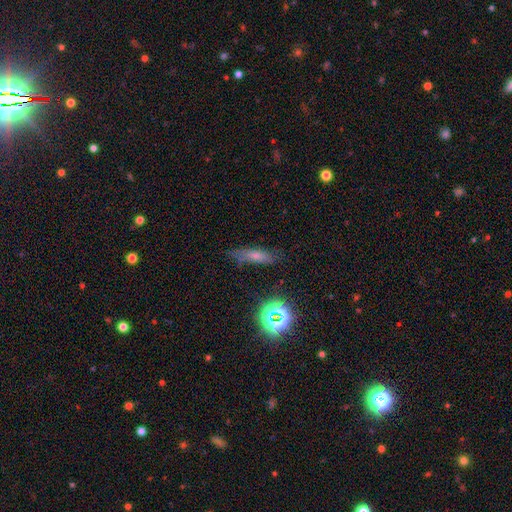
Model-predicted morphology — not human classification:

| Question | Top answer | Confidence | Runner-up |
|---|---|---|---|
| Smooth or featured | smooth | 57% | featured or disk (23%) |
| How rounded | cigar-shaped | 61% | in between (34%) |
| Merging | none | 69% | minor disturbance (21%) |